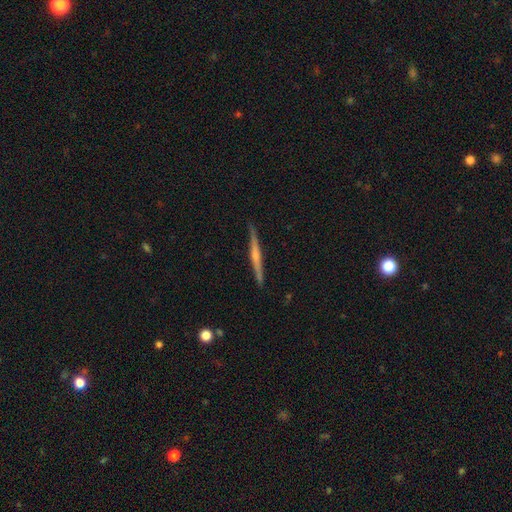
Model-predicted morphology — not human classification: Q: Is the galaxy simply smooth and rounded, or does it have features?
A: featured or disk — 67%.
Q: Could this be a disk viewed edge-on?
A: yes — 98%.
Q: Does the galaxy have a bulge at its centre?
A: rounded — 51%.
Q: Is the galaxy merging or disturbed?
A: none — 89%.